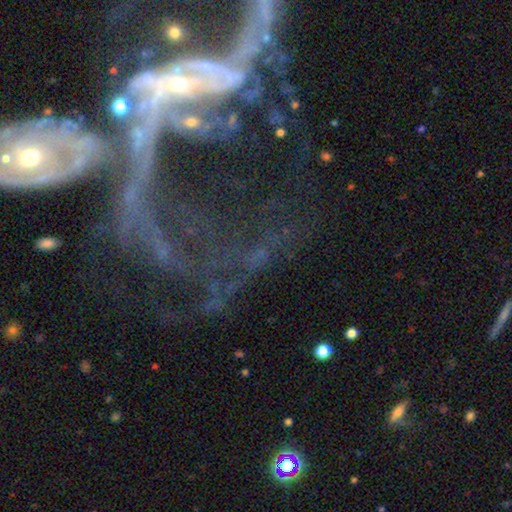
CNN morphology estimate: featured or disk 61%, star or artifact 27%, smooth 12%. Down the decision tree: edge-on disk — no (87%); bar — no (40%); spiral arms — yes (80%); bulge size — small (57%); merging — none (43%).